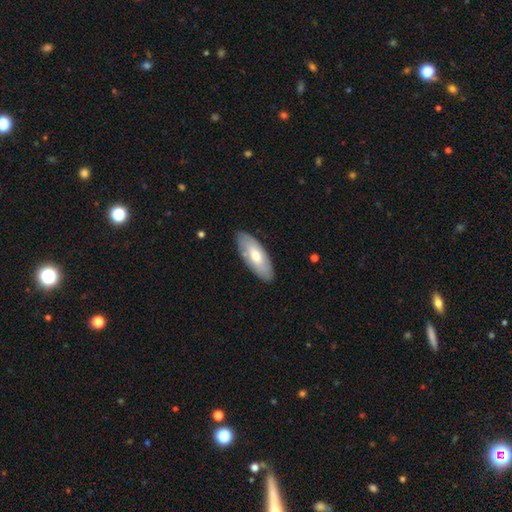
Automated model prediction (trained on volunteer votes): A smooth galaxy with no disk features (59%) that is in between round and cigar-shaped (81%). Merging: none (86%).